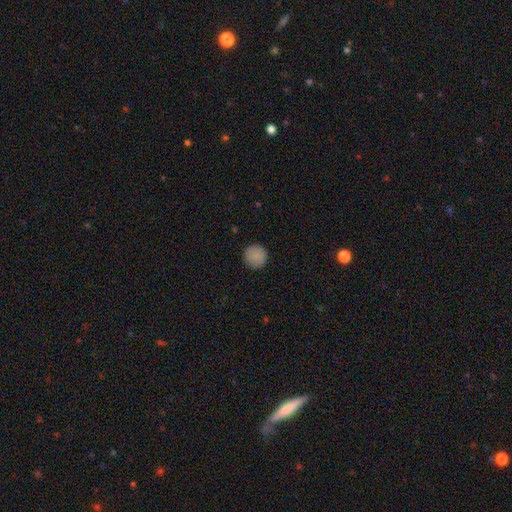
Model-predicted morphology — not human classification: type=smooth (87%); roundness=round (95%); merging=none (90%).